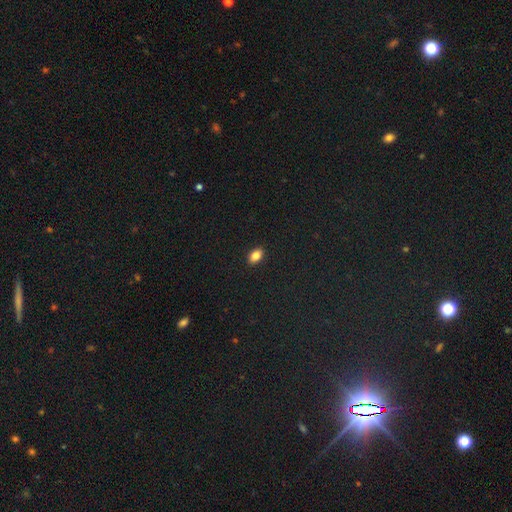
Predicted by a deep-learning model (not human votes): Morphology: type=smooth (84%); roundness=in between (88%); merging=none (90%).